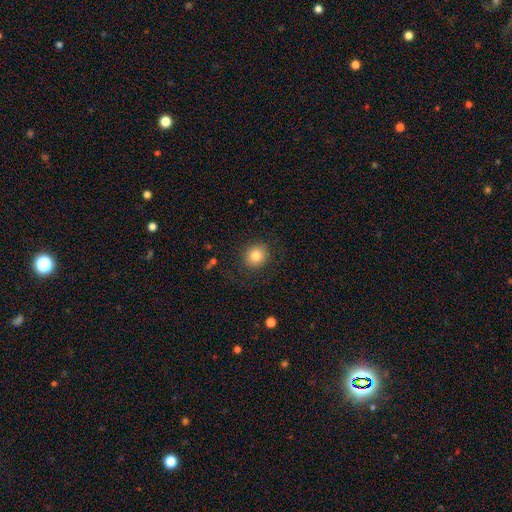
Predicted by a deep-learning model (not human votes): smooth 81%, star or artifact 10%, featured or disk 9%. Down the decision tree: how rounded — round (82%); merging — none (87%).